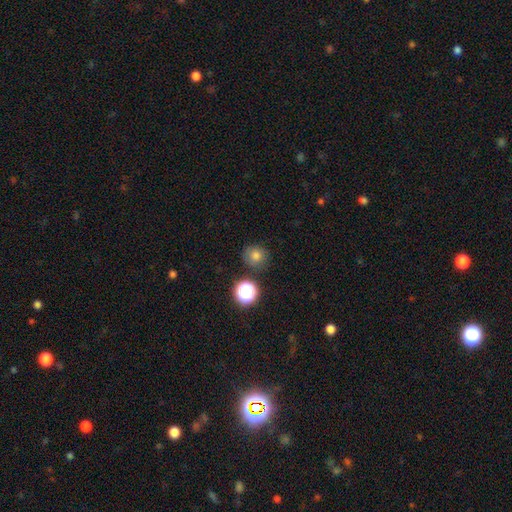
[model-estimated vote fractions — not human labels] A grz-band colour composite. It shows a smooth galaxy with no disk features (75%) that is round (86%). Merging: none (83%).